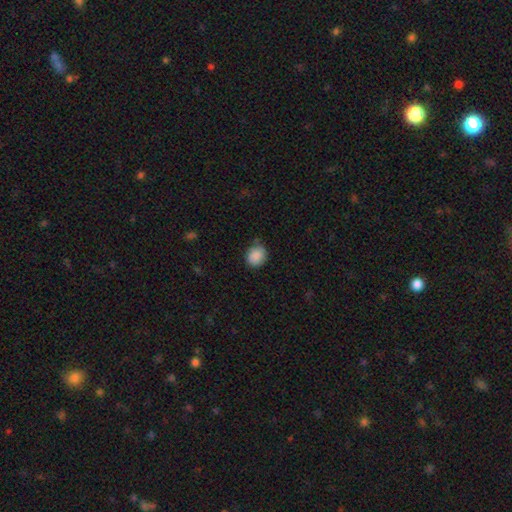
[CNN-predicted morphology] Smooth or featured?
  - smooth: 88% *
  - star or artifact: 8%
  - featured or disk: 4%
How rounded?
  - round: 68% *
  - in between: 31%
  - cigar-shaped: 1%
Merging?
  - none: 72% *
  - minor disturbance: 22%
  - major disturbance: 4%
  - merger: 2%